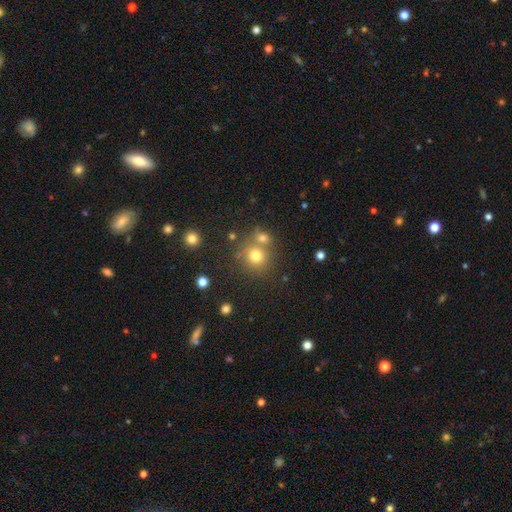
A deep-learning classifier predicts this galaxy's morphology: Q: Smooth or featured?
A: smooth (76%); runner-up: star or artifact (15%)
Q: How rounded?
A: round (89%); runner-up: in between (10%)
Q: Merging?
A: none (65%); runner-up: merger (23%)